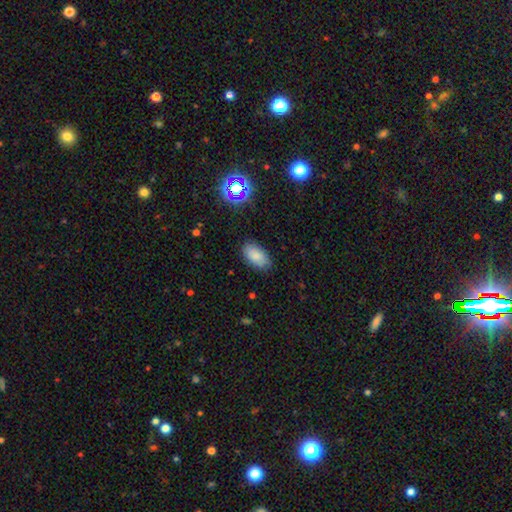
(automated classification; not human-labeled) smooth_or_featured: smooth (p=0.83) [alt: star or artifact p=0.10]
how_rounded: in between (p=0.94) [alt: round p=0.04]
merging: none (p=0.83) [alt: minor disturbance p=0.13]